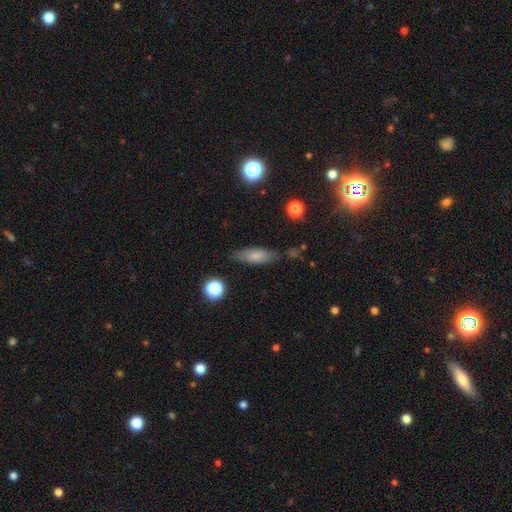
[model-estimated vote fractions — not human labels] Q: Smooth or featured?
A: smooth (72%); runner-up: featured or disk (19%)
Q: How rounded?
A: in between (54%); runner-up: cigar-shaped (43%)
Q: Merging?
A: none (75%); runner-up: minor disturbance (17%)